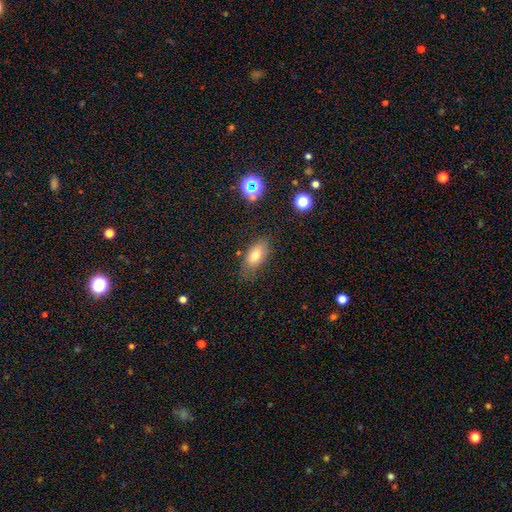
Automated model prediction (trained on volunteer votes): smooth 74%, featured or disk 15%, star or artifact 11%. Down the decision tree: how rounded — in between (87%); merging — none (73%).